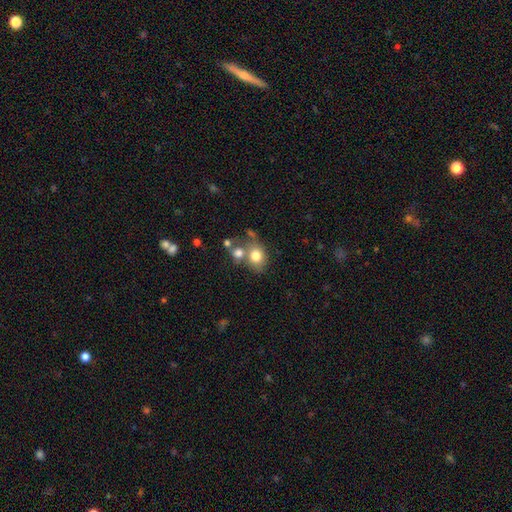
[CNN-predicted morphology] smooth-or-featured: smooth: 76% | featured or disk: 13% | star or artifact: 10%
  how-rounded: round: 55% | in between: 44% | cigar-shaped: 1%
  merging: none: 46% | merger: 34% | minor disturbance: 13% | major disturbance: 6%